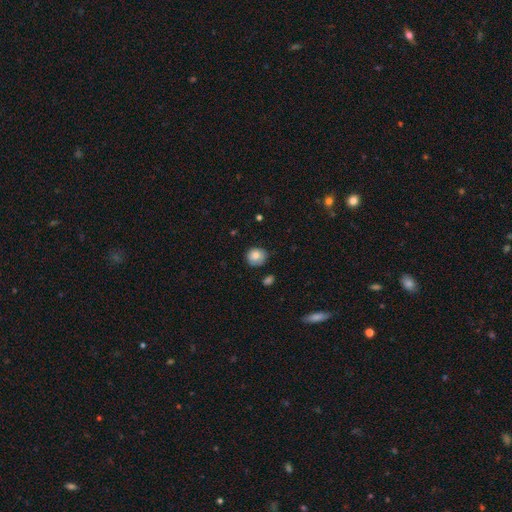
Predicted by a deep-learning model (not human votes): smooth_or_featured: smooth (p=0.81) [alt: featured or disk p=0.10]
how_rounded: round (p=0.82) [alt: in between p=0.17]
merging: none (p=0.73) [alt: minor disturbance p=0.21]